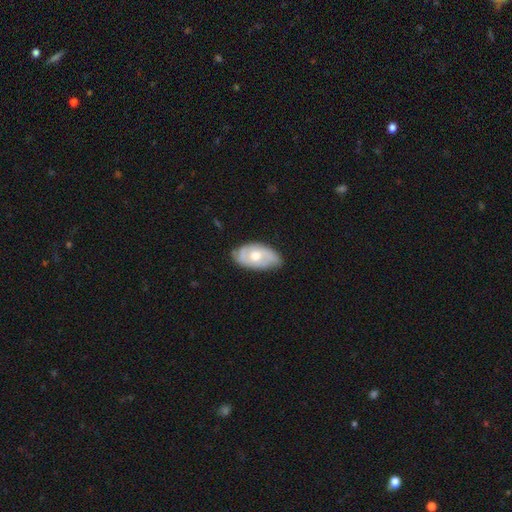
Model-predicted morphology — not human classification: This appears to be a featured or disk galaxy (58%) with no bar (81%), spiral arms (63%) and a moderate central bulge (76%). Merging: none (64%).